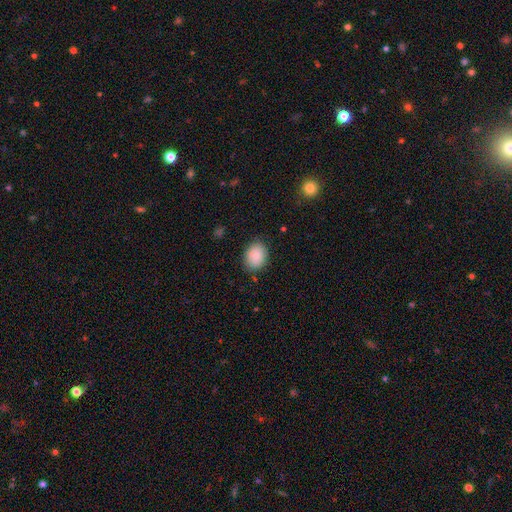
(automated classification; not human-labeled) Overall: smooth (87%). How rounded: in between (59%; round 40%). Merging: none (85%).